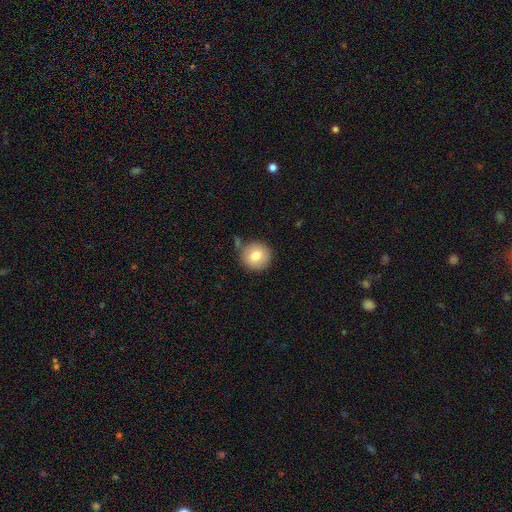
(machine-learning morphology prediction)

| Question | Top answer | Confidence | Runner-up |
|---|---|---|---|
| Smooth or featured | smooth | 81% | featured or disk (11%) |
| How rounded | round | 94% | in between (5%) |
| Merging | none | 77% | minor disturbance (13%) |